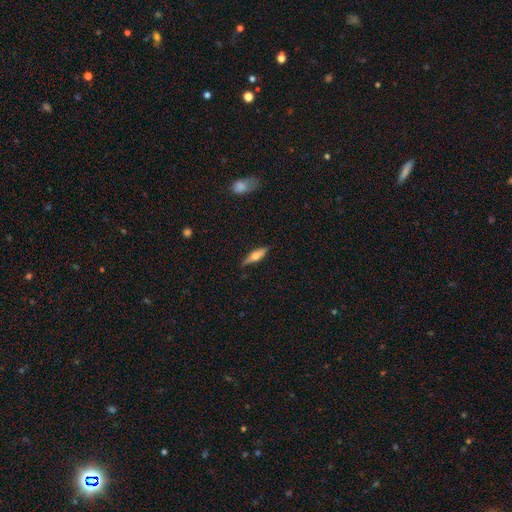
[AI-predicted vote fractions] Smooth or featured? featured or disk (57%)
Edge-on disk? yes (94%)
Edge-on bulge? rounded (92%)
Merging? none (84%)